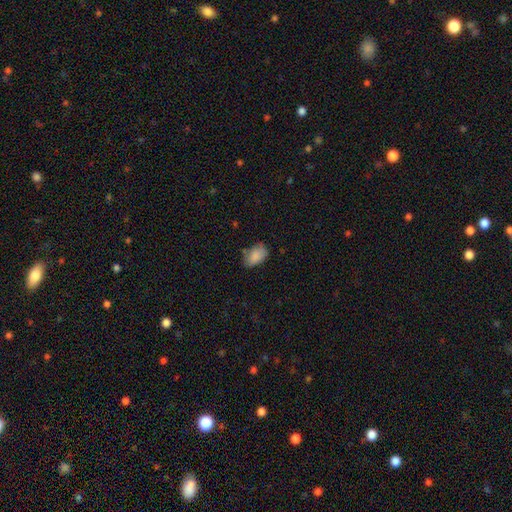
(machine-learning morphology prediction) Smooth or featured: smooth — 85% (star or artifact — 8%)
How rounded: in between — 90% (round — 9%)
Merging: none — 65% (minor disturbance — 26%)